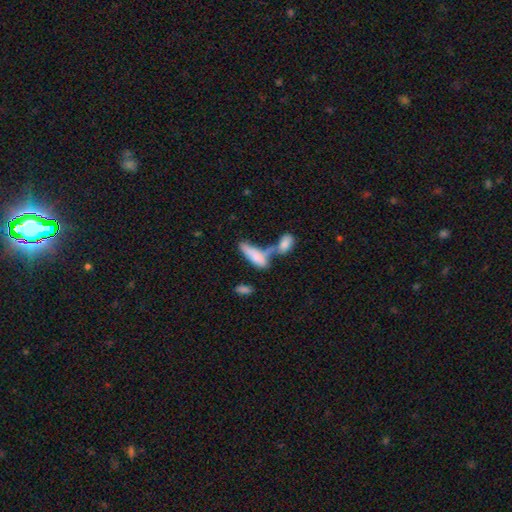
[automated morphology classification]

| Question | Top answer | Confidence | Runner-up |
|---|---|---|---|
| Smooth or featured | smooth | 73% | featured or disk (19%) |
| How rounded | in between | 55% | cigar-shaped (43%) |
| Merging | merger | 54% | none (24%) |